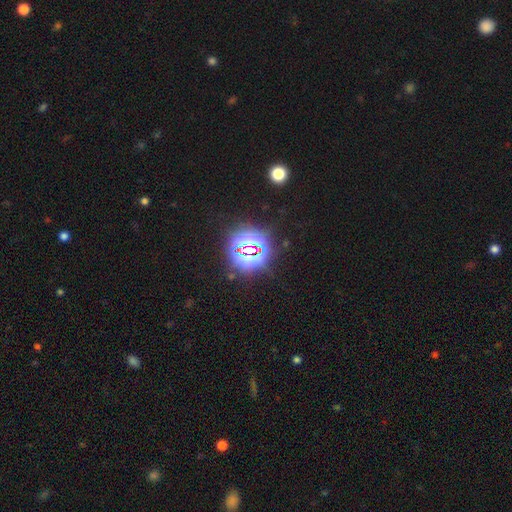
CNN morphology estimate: A star or artifact, not a galaxy (78%).

Vote fractions:
- Smooth or featured? star or artifact: 78% / smooth: 13% / featured or disk: 8%